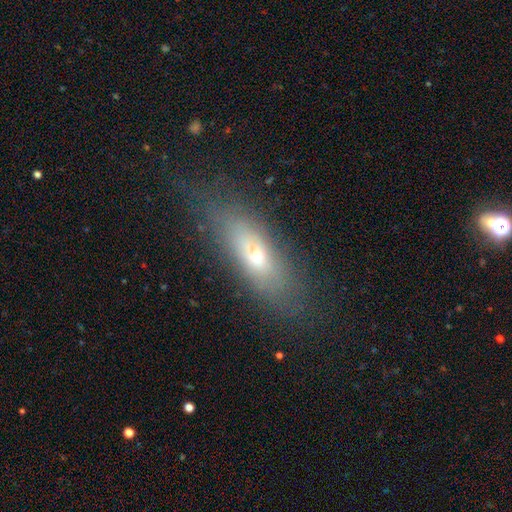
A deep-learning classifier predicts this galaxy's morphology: Smooth or featured? smooth (55%)
How rounded? in between (54%)
Merging? none (71%)